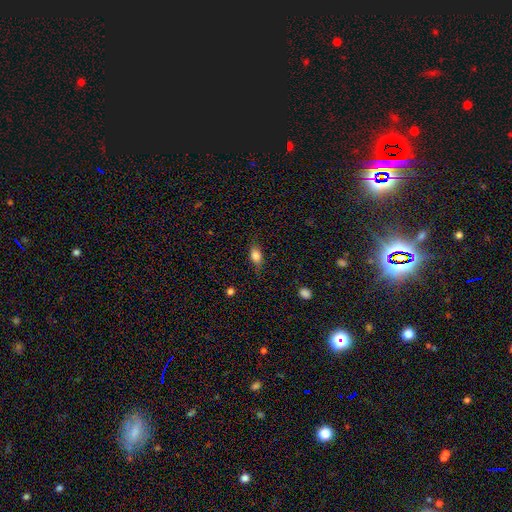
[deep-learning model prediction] The model was most divided on "merging": none: 71%, minor disturbance: 21%, major disturbance: 6%, merger: 1%. More confident: smooth or featured — smooth (81%); how rounded — in between (81%).